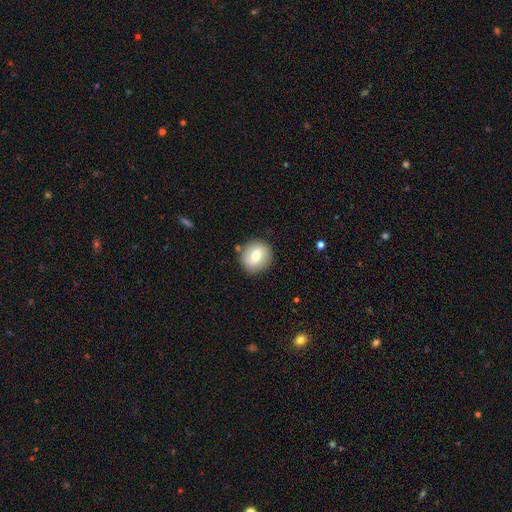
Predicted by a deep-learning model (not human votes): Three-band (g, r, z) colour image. It shows a smooth galaxy with no disk features (66%) that is round (81%). Merging: none (85%).